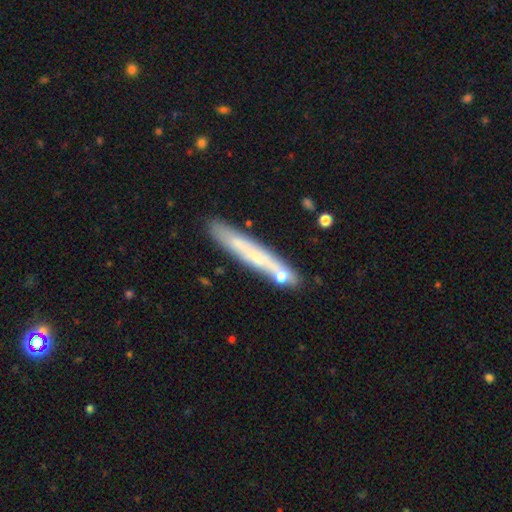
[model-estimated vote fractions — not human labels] smooth_or_featured: smooth (p=0.51) [alt: featured or disk p=0.41]
how_rounded: cigar-shaped (p=0.95) [alt: in between p=0.04]
merging: none (p=0.77) [alt: minor disturbance p=0.12]